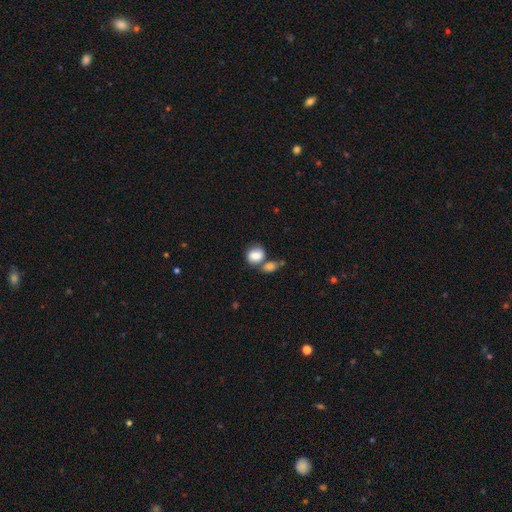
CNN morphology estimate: Smooth or featured? smooth (82%)
How rounded? round (59%)
Merging? merger (44%)